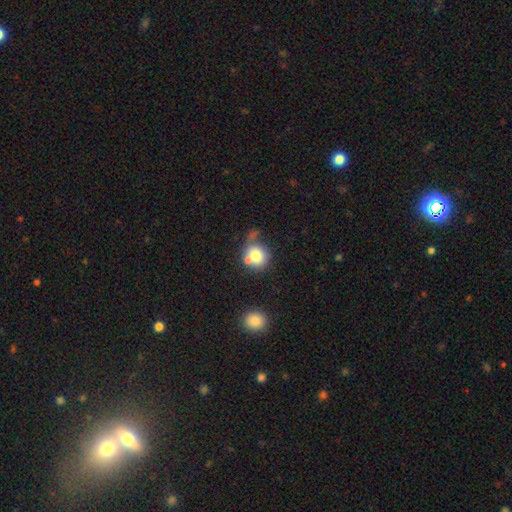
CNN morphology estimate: A smooth galaxy with no disk features (75%) that is round (79%).

Vote fractions:
- Smooth or featured? smooth: 75% / featured or disk: 15% / star or artifact: 10%
- How rounded? round: 79% / in between: 20% / cigar-shaped: 1%
- Merging? none: 45% / merger: 32% / minor disturbance: 15% / major disturbance: 7%